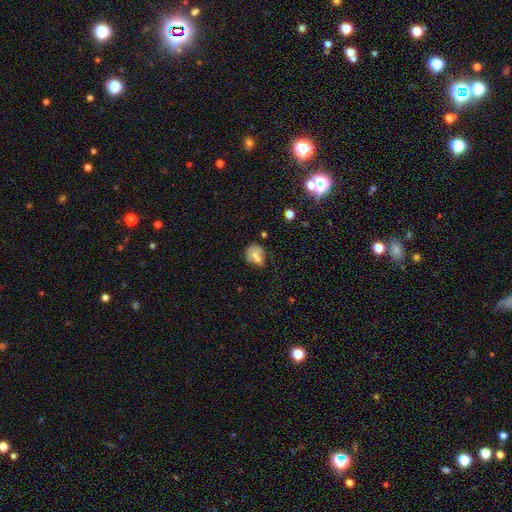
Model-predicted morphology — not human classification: A smooth galaxy with no disk features (63%) that is round (52%).

Vote fractions:
- Smooth or featured? smooth: 63% / featured or disk: 24% / star or artifact: 13%
- How rounded? round: 52% / in between: 47% / cigar-shaped: 2%
- Merging? none: 37% / merger: 30% / minor disturbance: 21% / major disturbance: 12%